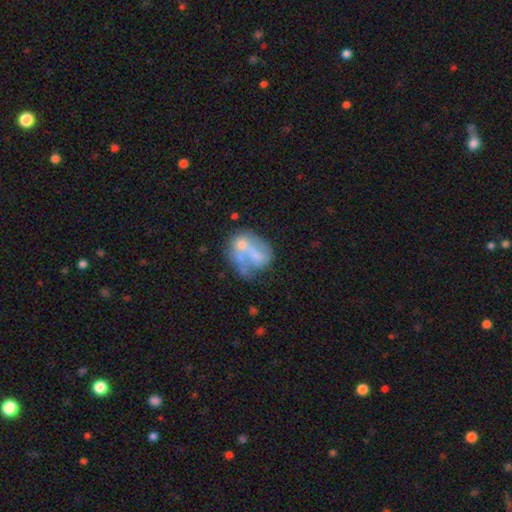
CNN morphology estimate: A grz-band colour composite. It shows a featured or disk galaxy (46%). Merging: merger (33%).